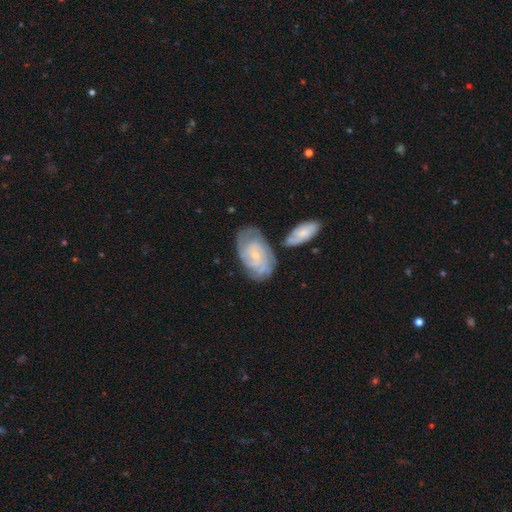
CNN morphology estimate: Smooth or featured: featured or disk — 79% (smooth — 15%)
Edge-on disk: no — 96% (yes — 4%)
Bar: no — 70% (weak — 25%)
Spiral arms: yes — 94% (no — 6%)
Spiral winding: tight — 66% (medium — 28%)
Spiral arm count: can't tell — 34% (2 — 24%)
Bulge size: small — 78% (moderate — 16%)
Merging: none — 60% (minor disturbance — 20%)